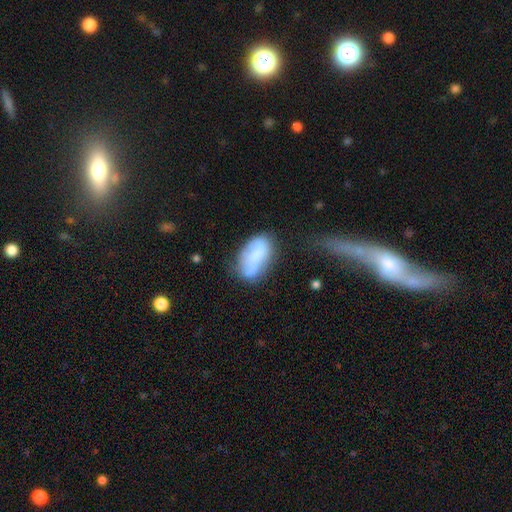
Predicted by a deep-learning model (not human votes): This appears to be a smooth galaxy with no disk features (64%) that is in between round and cigar-shaped (91%). Merging: none (46%).